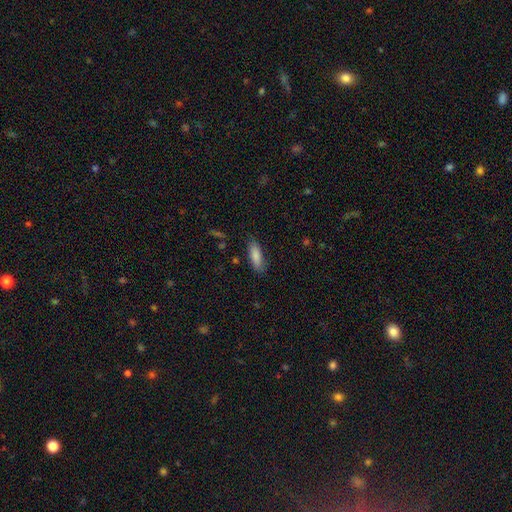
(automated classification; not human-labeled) This is clearly a smooth galaxy (85%). How rounded: likely in between (63%). Merging: clearly none (81%).